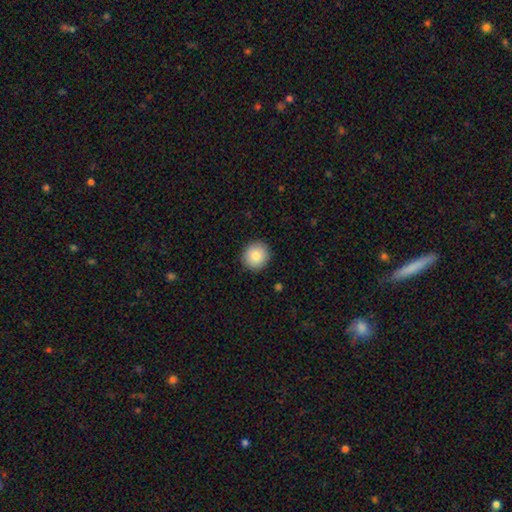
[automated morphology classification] The model was most divided on "smooth or featured": smooth: 85%, star or artifact: 8%, featured or disk: 7%. More confident: how rounded — round (92%); merging — none (91%).